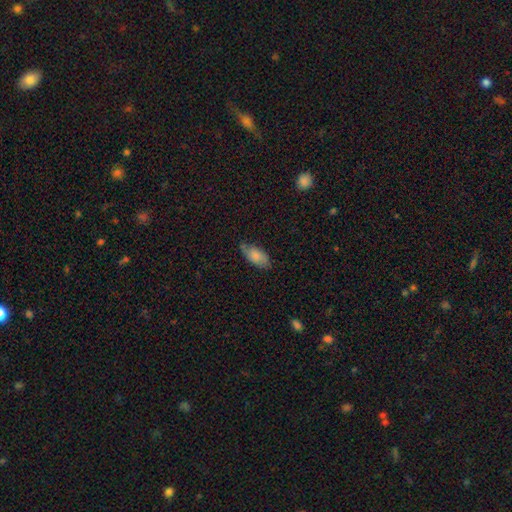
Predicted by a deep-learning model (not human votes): Smooth or featured: smooth — 81% (featured or disk — 12%)
How rounded: in between — 91% (cigar-shaped — 7%)
Merging: none — 64% (minor disturbance — 28%)